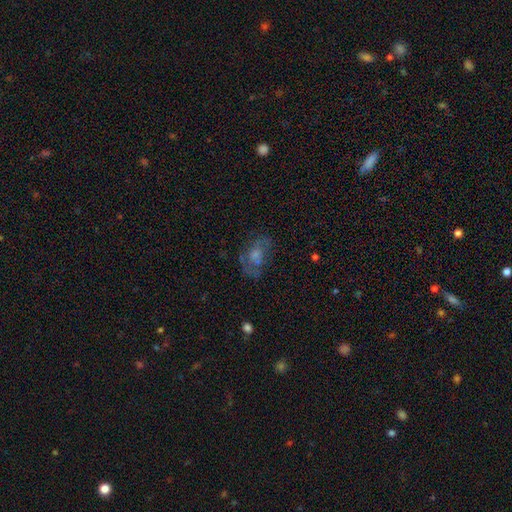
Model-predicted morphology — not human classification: Smooth or featured: featured or disk — 45% (smooth — 41%)
Merging: none — 48% (major disturbance — 24%)